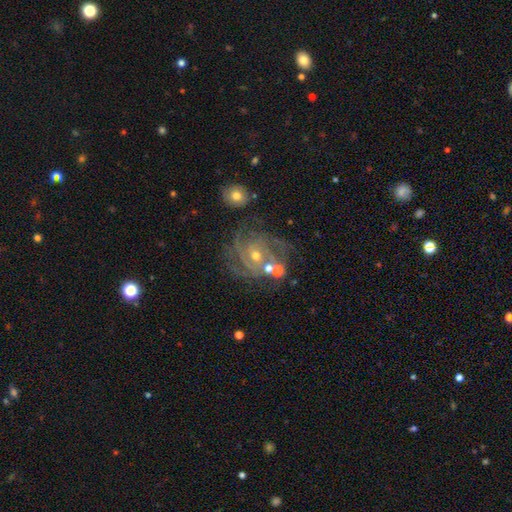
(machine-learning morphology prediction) Q: Smooth or featured?
A: featured or disk (85%); runner-up: star or artifact (9%)
Q: Edge-on disk?
A: no (97%); runner-up: yes (3%)
Q: Bar?
A: no (63%); runner-up: weak (28%)
Q: Spiral arms?
A: yes (96%); runner-up: no (4%)
Q: Spiral winding?
A: tight (67%); runner-up: medium (28%)
Q: Spiral arm count?
A: 3 (31%); runner-up: can't tell (23%)
Q: Bulge size?
A: small (53%); runner-up: moderate (43%)
Q: Merging?
A: none (66%); runner-up: minor disturbance (17%)